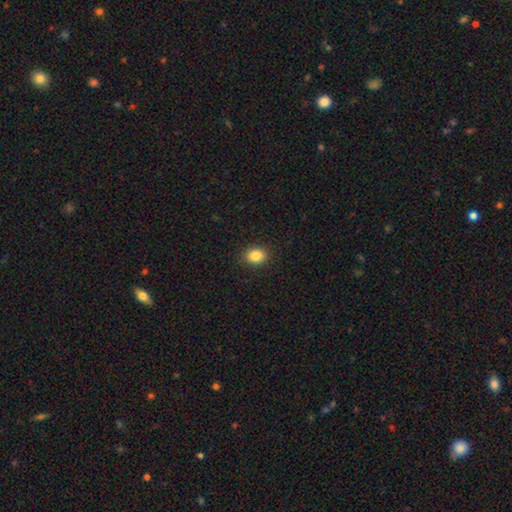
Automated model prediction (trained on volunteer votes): This appears to be a smooth galaxy with no disk features (85%) that is round (53%). Merging: none (90%).